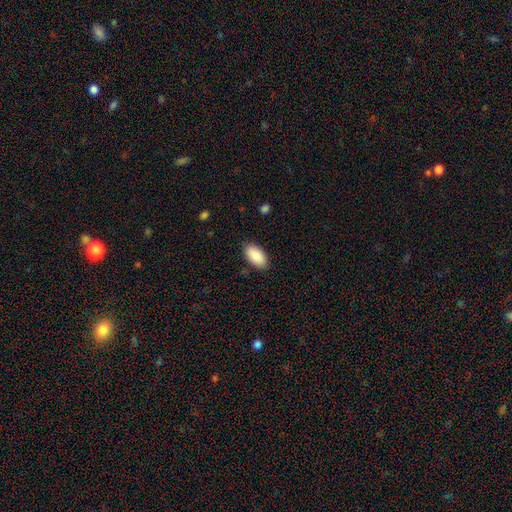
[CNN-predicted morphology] type=smooth (89%); roundness=in between (95%); merging=none (87%).